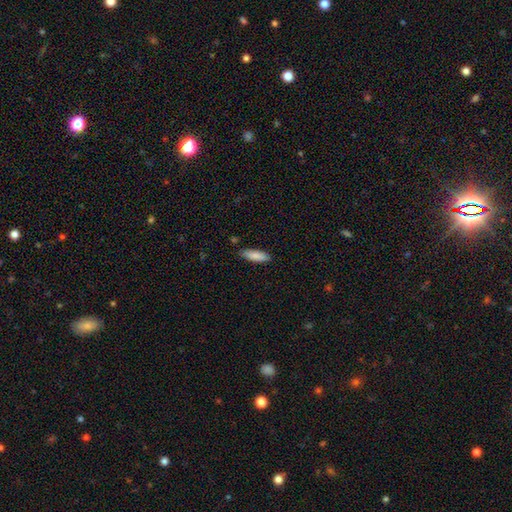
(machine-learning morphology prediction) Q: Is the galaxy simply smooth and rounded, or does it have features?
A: smooth — 87%.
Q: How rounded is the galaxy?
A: in between — 52%.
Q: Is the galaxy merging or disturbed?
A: none — 84%.